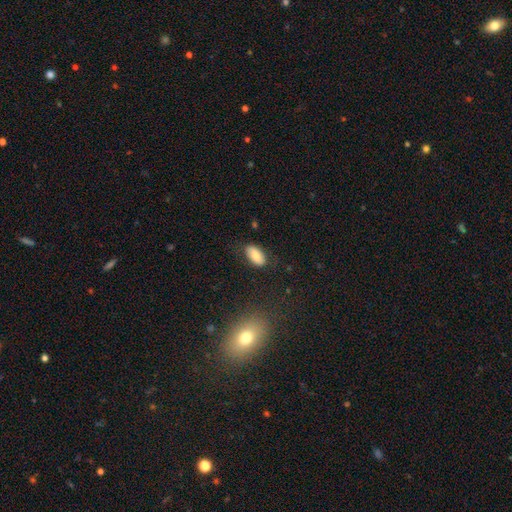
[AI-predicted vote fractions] Overall: smooth (76%). How rounded: in between (93%). Merging: none (79%).